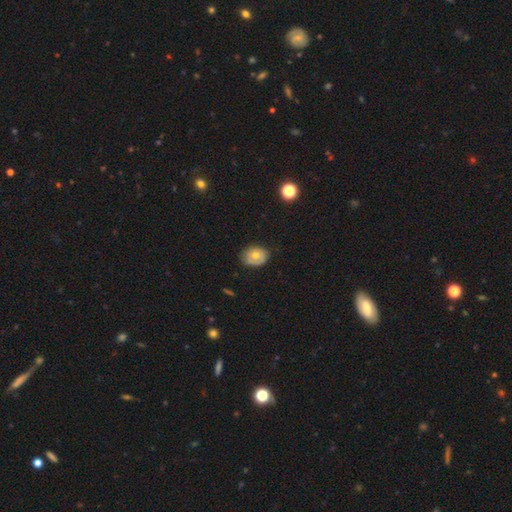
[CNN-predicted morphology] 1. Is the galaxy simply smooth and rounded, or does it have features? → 59% smooth, 33% featured or disk, 9% star or artifact.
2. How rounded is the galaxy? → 57% in between, 42% round, 1% cigar-shaped.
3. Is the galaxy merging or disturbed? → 61% none, 31% minor disturbance, 7% major disturbance, 2% merger.